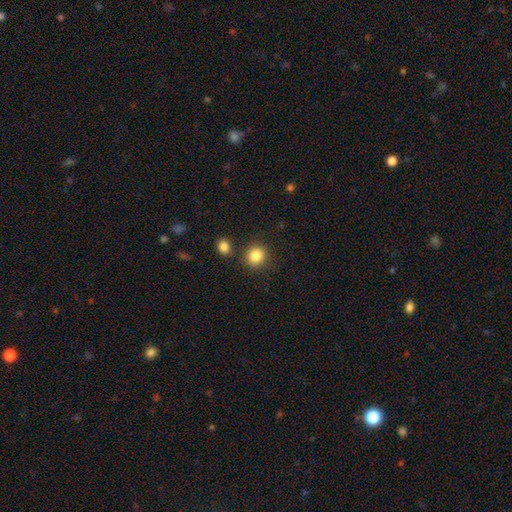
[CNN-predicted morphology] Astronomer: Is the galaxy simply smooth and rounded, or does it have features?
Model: smooth — 85%.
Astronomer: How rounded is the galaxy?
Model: round — 86%.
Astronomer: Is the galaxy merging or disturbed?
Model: none — 84%.